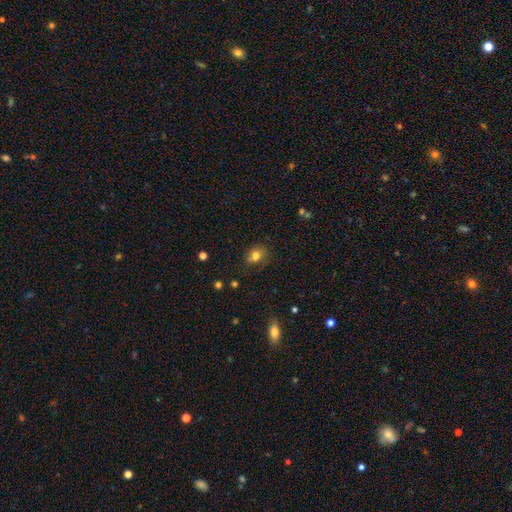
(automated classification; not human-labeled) smooth 77%, star or artifact 13%, featured or disk 10%. Down the decision tree: how rounded — round (52%); merging — none (62%).